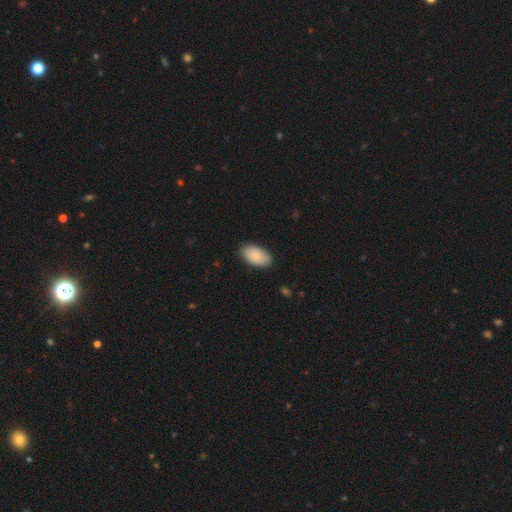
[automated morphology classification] smooth 84%, featured or disk 11%, star or artifact 6%. Down the decision tree: how rounded — in between (95%); merging — none (86%).